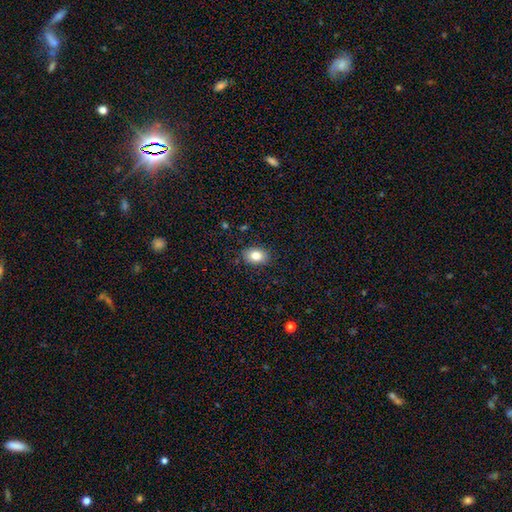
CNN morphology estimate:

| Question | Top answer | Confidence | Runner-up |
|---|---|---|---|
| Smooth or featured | smooth | 83% | star or artifact (9%) |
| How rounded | in between | 75% | round (24%) |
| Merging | none | 87% | minor disturbance (10%) |